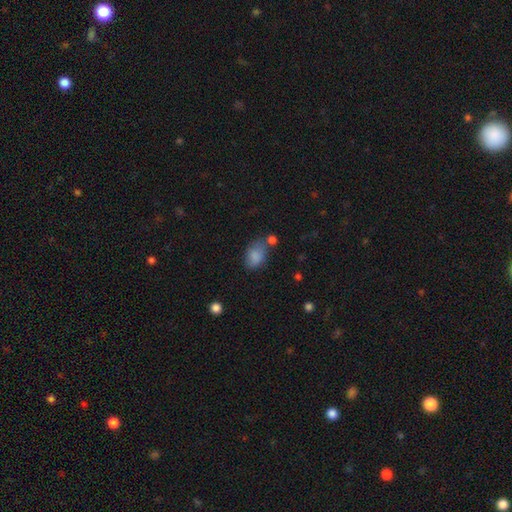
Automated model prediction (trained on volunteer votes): Morphology: type=smooth (83%); roundness=in between (84%); merging=none (51%).